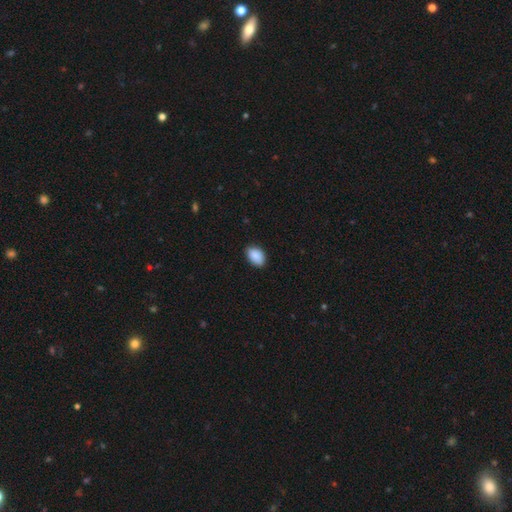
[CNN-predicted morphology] This is clearly a smooth galaxy (90%). How rounded: clearly in between (89%). Merging: clearly none (85%).